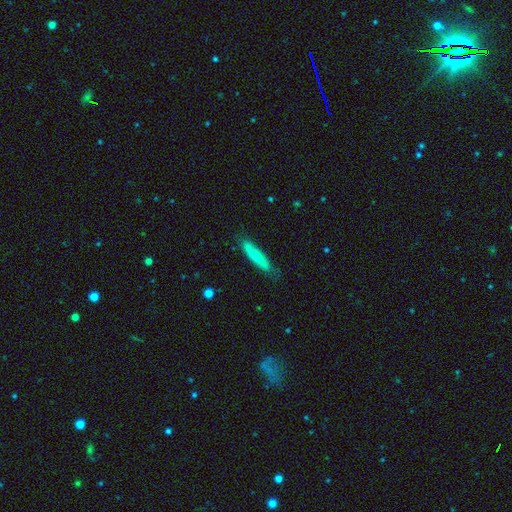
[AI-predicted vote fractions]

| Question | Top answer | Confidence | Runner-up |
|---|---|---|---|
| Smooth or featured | smooth | 71% | featured or disk (23%) |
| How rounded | cigar-shaped | 84% | in between (15%) |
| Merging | none | 76% | minor disturbance (19%) |